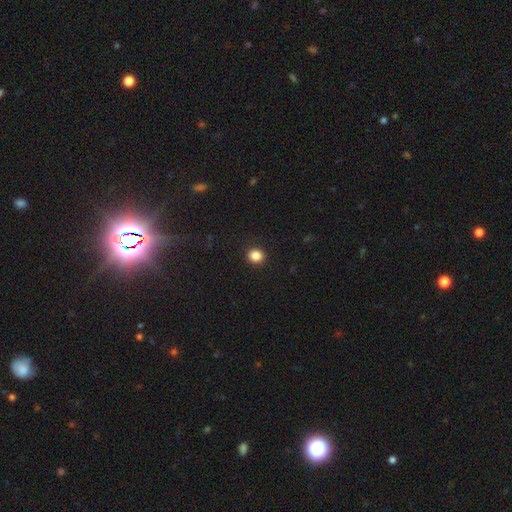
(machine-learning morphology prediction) Smooth or featured? Predicted: smooth (p=0.86). How rounded? Predicted: round (p=0.83). Merging? Predicted: none (p=0.91).